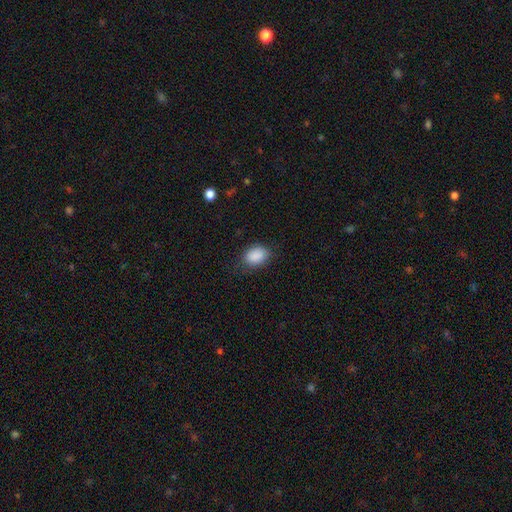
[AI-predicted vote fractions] Smooth or featured?
  - smooth: 89% *
  - star or artifact: 8%
  - featured or disk: 4%
How rounded?
  - in between: 73% *
  - round: 26%
  - cigar-shaped: 1%
Merging?
  - none: 77% *
  - minor disturbance: 18%
  - major disturbance: 5%
  - merger: 1%